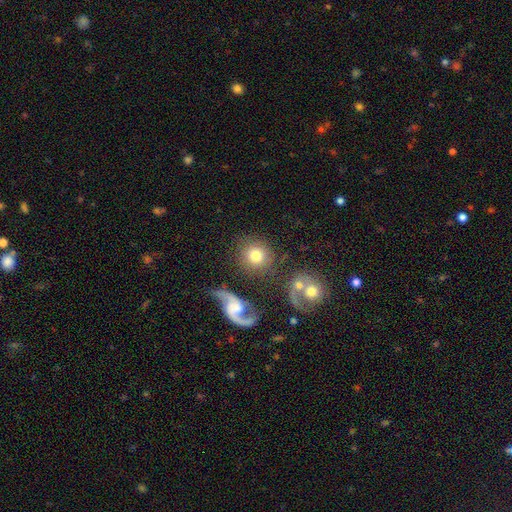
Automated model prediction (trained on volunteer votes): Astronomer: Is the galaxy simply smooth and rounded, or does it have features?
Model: smooth — 73%.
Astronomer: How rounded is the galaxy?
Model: round — 90%.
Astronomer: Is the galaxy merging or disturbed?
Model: none — 74%.